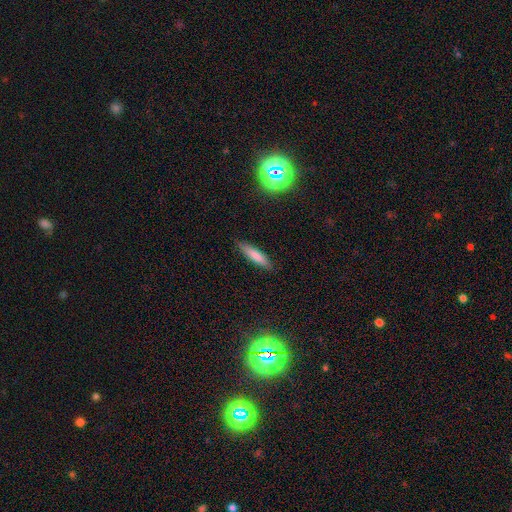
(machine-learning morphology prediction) This appears to be a smooth galaxy with no disk features (77%) that is cigar-shaped (79%). Merging: none (87%).